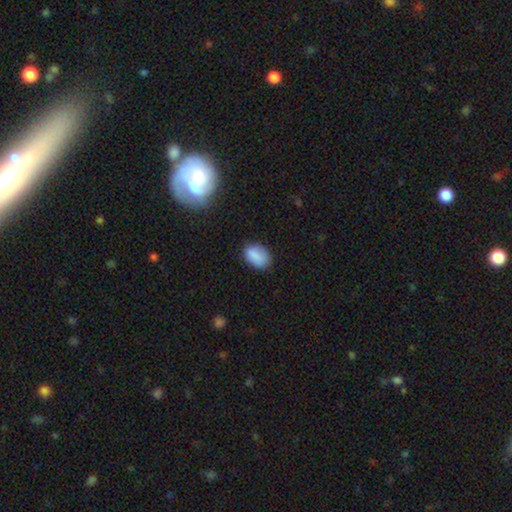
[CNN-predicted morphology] smooth-or-featured: smooth: 86% | star or artifact: 8% | featured or disk: 6%
  how-rounded: in between: 82% | round: 17% | cigar-shaped: 1%
  merging: none: 76% | minor disturbance: 18% | major disturbance: 4% | merger: 1%